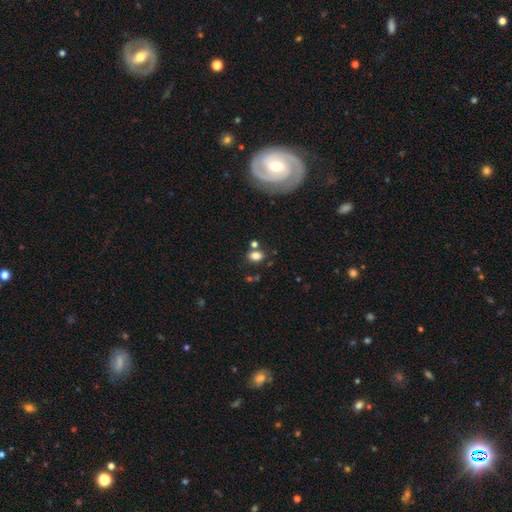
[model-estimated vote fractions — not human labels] Smooth or featured: smooth — 80% (star or artifact — 12%)
How rounded: in between — 72% (round — 26%)
Merging: none — 68% (merger — 16%)